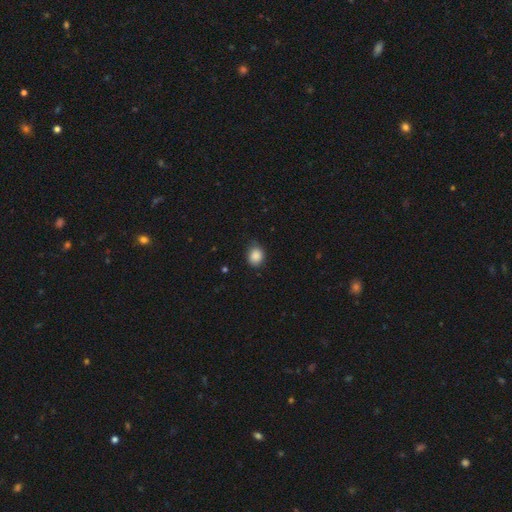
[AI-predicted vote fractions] A smooth galaxy with no disk features (88%) that is round (66%). Merging: none (75%).